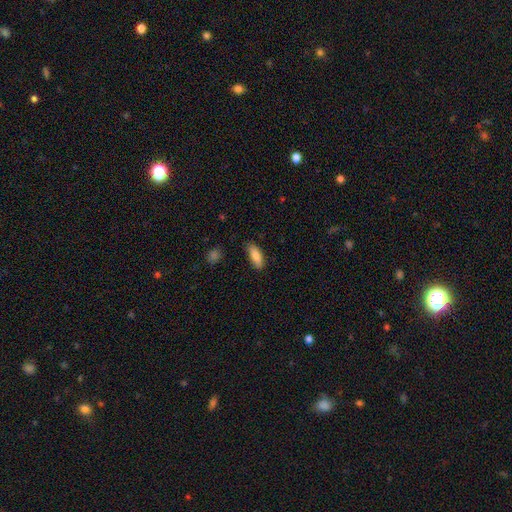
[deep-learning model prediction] Smooth or featured? smooth (85%)
How rounded? in between (73%)
Merging? none (84%)